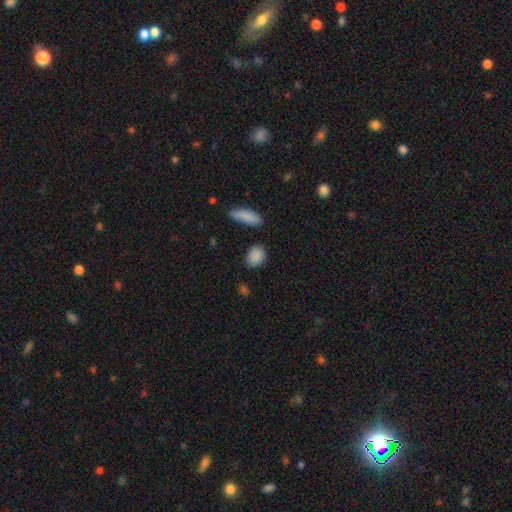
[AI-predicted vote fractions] Smooth or featured?
  - smooth: 88% *
  - star or artifact: 7%
  - featured or disk: 4%
How rounded?
  - in between: 62% *
  - round: 36%
  - cigar-shaped: 3%
Merging?
  - none: 80% *
  - minor disturbance: 12%
  - merger: 4%
  - major disturbance: 3%